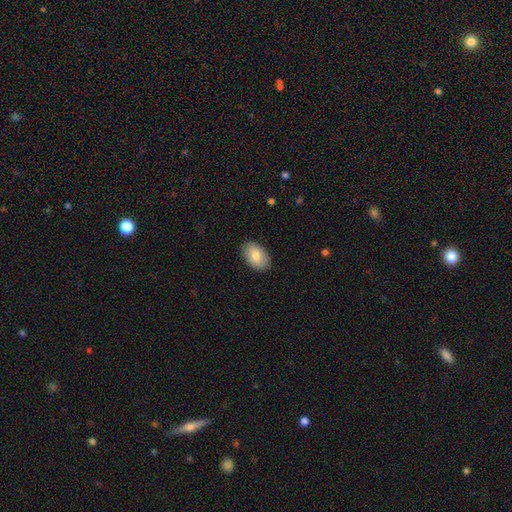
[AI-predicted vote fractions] smooth_or_featured: smooth (p=0.81) [alt: featured or disk p=0.13]
how_rounded: in between (p=0.91) [alt: round p=0.08]
merging: none (p=0.87) [alt: minor disturbance p=0.10]